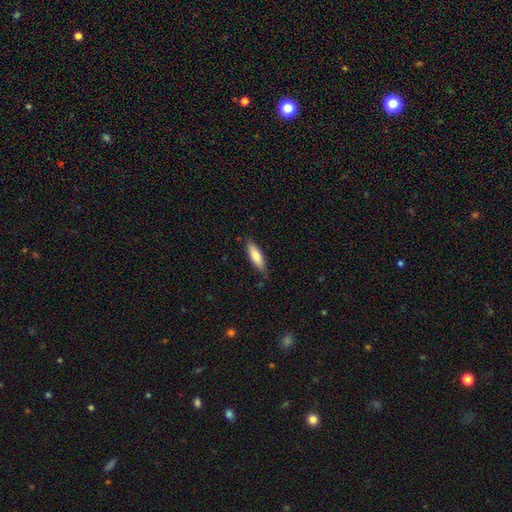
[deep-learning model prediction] Smooth or featured? Predicted: smooth (p=0.78). How rounded? Predicted: cigar-shaped (p=0.51). Merging? Predicted: none (p=0.79).